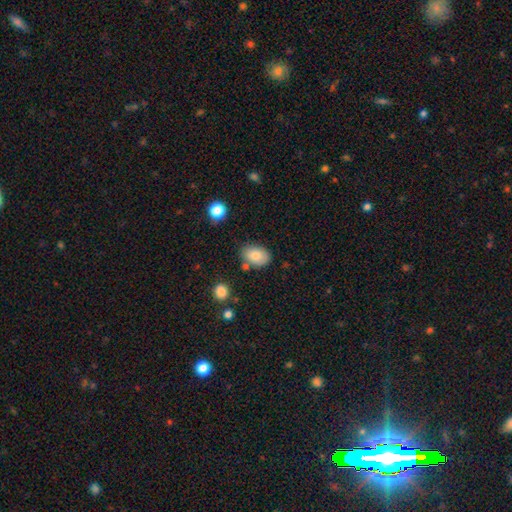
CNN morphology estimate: Smooth or featured?
  - smooth: 84% *
  - featured or disk: 9%
  - star or artifact: 8%
How rounded?
  - in between: 84% *
  - round: 15%
  - cigar-shaped: 1%
Merging?
  - none: 74% *
  - minor disturbance: 16%
  - merger: 7%
  - major disturbance: 4%